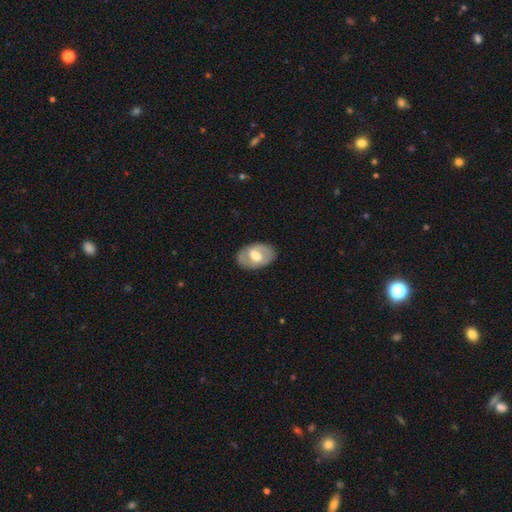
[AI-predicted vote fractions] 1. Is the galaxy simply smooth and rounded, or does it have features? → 57% featured or disk, 38% smooth, 5% star or artifact.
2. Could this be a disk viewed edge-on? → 93% no, 7% yes.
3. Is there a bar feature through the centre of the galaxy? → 46% weak, 30% no, 24% strong.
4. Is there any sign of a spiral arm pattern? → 53% no, 47% yes.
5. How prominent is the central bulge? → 60% moderate, 26% large, 10% small, 2% none, 2% dominant.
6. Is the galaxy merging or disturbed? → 84% none, 12% minor disturbance, 4% major disturbance, 1% merger.